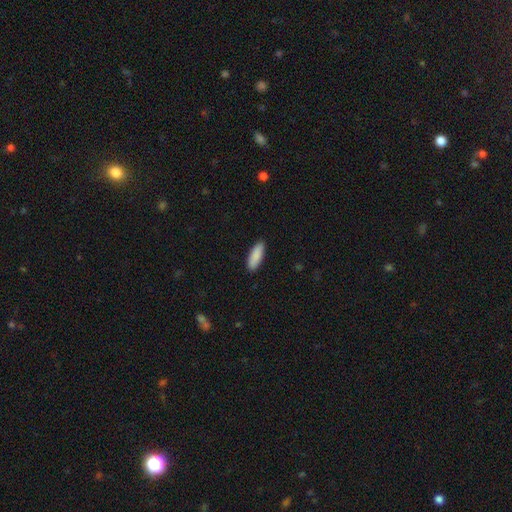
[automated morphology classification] Smooth or featured: smooth — 90% (star or artifact — 6%)
How rounded: in between — 64% (cigar-shaped — 34%)
Merging: none — 90% (minor disturbance — 7%)